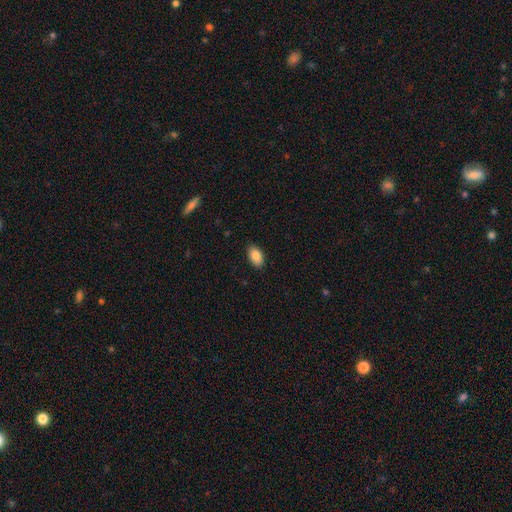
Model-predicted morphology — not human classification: smooth 87%, star or artifact 7%, featured or disk 6%. Down the decision tree: how rounded — in between (94%); merging — none (88%).